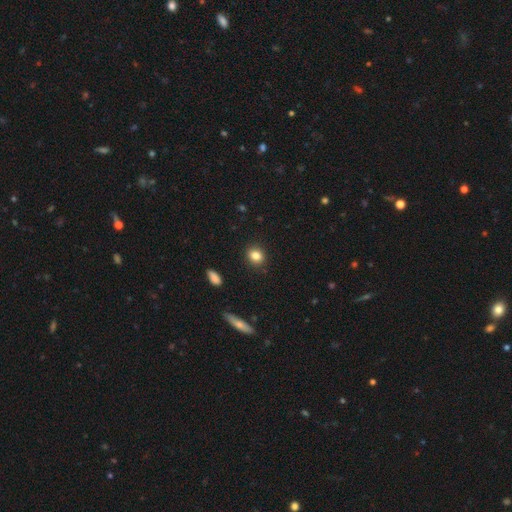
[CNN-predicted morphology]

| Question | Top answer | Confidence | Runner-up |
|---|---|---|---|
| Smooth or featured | smooth | 83% | star or artifact (10%) |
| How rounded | round | 65% | in between (33%) |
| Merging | none | 89% | minor disturbance (8%) |